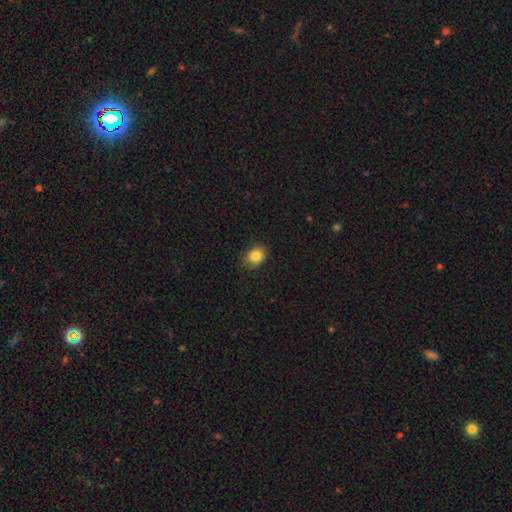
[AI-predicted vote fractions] This appears to be a smooth galaxy with no disk features (84%) that is in between round and cigar-shaped (51%). Merging: none (83%).